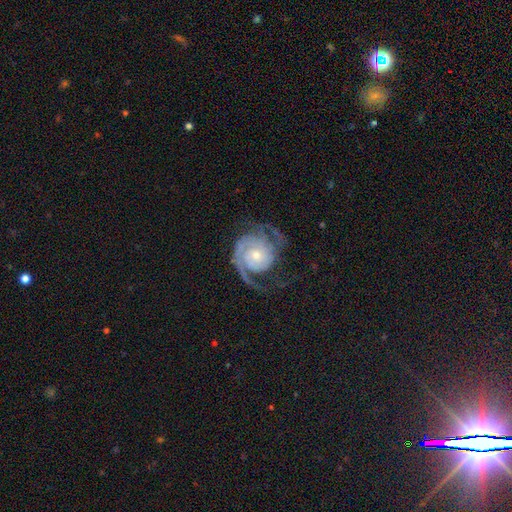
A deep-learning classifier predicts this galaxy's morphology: A featured or disk galaxy (88%) with no bar (74%), 2 (53%) tight (52%) spiral arms (97%) and a small central bulge (57%).

Vote fractions:
- Smooth or featured? featured or disk: 88% / smooth: 7% / star or artifact: 4%
- Edge-on disk? no: 98% / yes: 2%
- Bar? no: 74% / weak: 21% / strong: 5%
- Spiral arms? yes: 97% / no: 3%
- Spiral winding? tight: 52% / medium: 34% / loose: 14%
- Spiral arm count? 2: 53% / 3: 15% / can't tell: 13% / 1: 10% / 4: 5% / more than 4: 4%
- Bulge size? small: 57% / moderate: 37% / large: 4% / none: 2% / dominant: 1%
- Merging? none: 60% / major disturbance: 21% / minor disturbance: 18% / merger: 2%